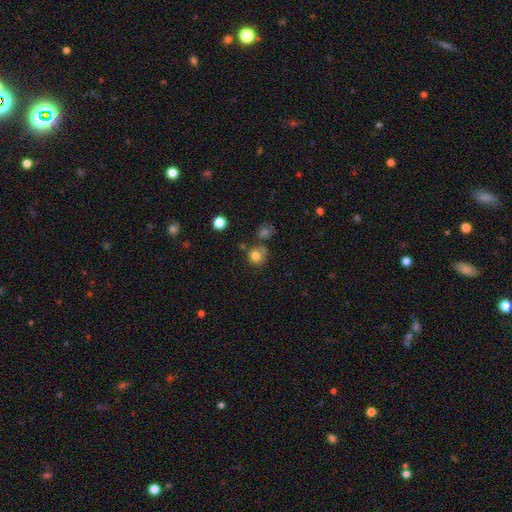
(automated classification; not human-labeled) Smooth or featured: smooth — 79% (star or artifact — 13%)
How rounded: round — 89% (in between — 10%)
Merging: none — 67% (merger — 15%)